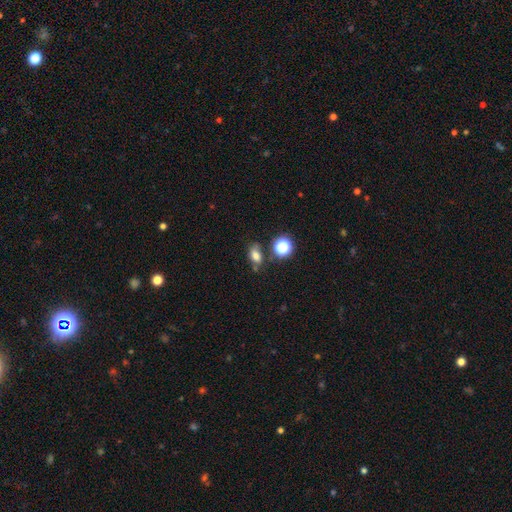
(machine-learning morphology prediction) Smooth or featured? smooth (73%)
How rounded? in between (75%)
Merging? none (63%)